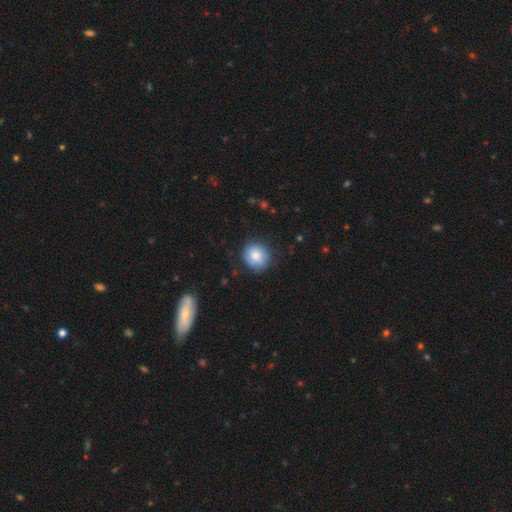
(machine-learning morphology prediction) smooth-or-featured: smooth: 79% | featured or disk: 13% | star or artifact: 8%
  how-rounded: round: 85% | in between: 14% | cigar-shaped: 1%
  merging: none: 81% | minor disturbance: 14% | major disturbance: 4% | merger: 1%